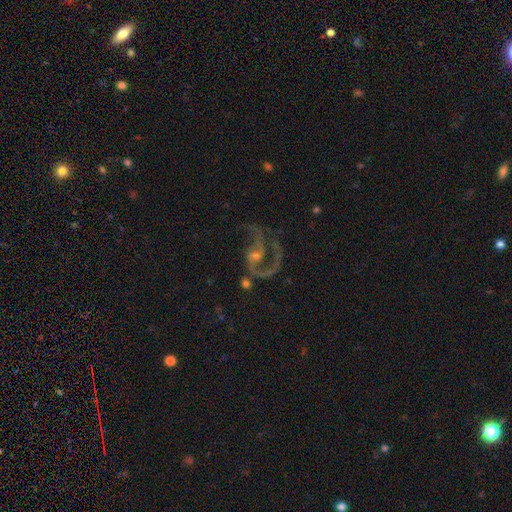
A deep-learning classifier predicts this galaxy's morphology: smooth-or-featured: featured or disk: 85% | star or artifact: 9% | smooth: 6%
  disk-edge-on: no: 98% | yes: 2%
    bar: no: 50% | weak: 36% | strong: 14%
    has-spiral-arms: yes: 93% | no: 7%
      spiral-winding: medium: 48% | loose: 40% | tight: 12%
      spiral-arm-count: 2: 70% | 1: 15% | 3: 5% | can't tell: 5% | 4: 2% | more than 4: 2%
    bulge-size: small: 55% | moderate: 34% | none: 7% | large: 3% | dominant: 1%
  merging: none: 45% | major disturbance: 31% | minor disturbance: 16% | merger: 8%